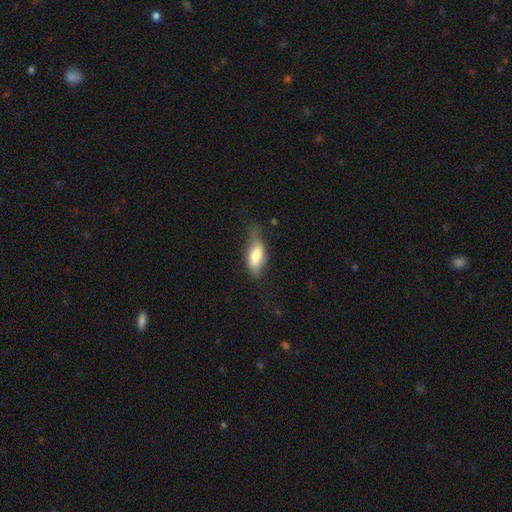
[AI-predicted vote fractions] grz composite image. It shows a smooth galaxy with no disk features (73%) that is in between round and cigar-shaped (79%). Merging: none (42%).